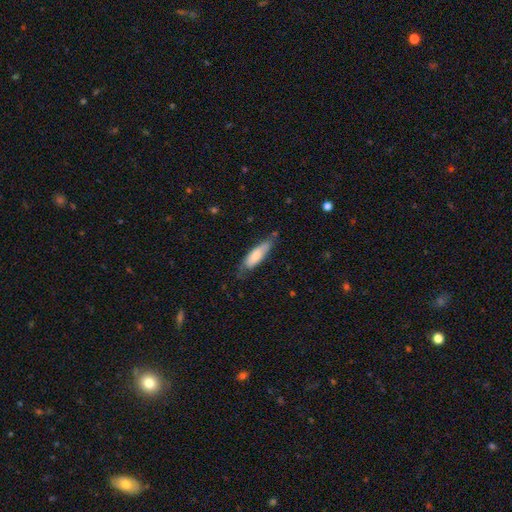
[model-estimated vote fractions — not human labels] Smooth or featured? smooth (73%)
How rounded? cigar-shaped (53%)
Merging? none (57%)